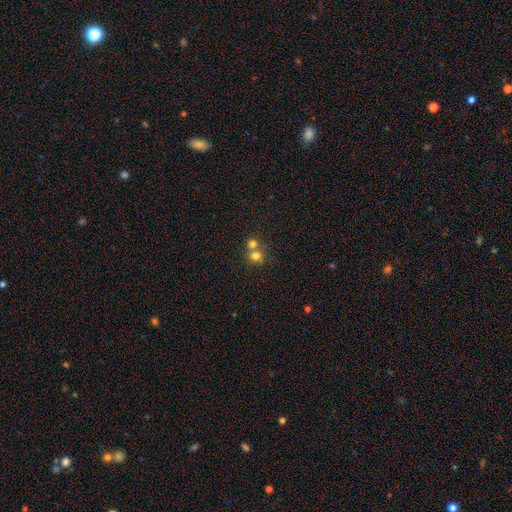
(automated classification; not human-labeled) smooth-or-featured: smooth: 74% | star or artifact: 14% | featured or disk: 12%
  how-rounded: round: 84% | in between: 15% | cigar-shaped: 1%
  merging: merger: 51% | none: 41% | minor disturbance: 5% | major disturbance: 2%